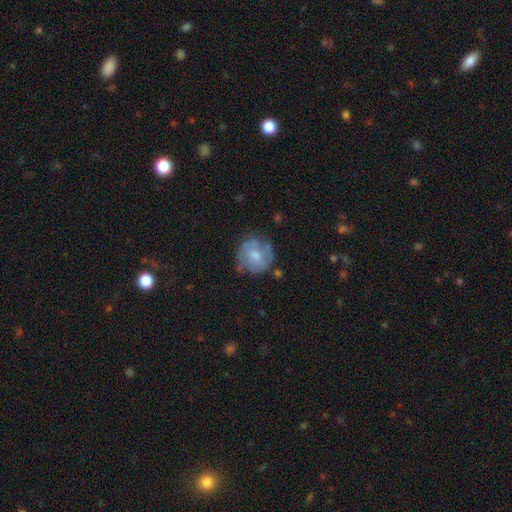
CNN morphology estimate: type=featured or disk (50%); edge-on=no (97%); merging=none (62%).